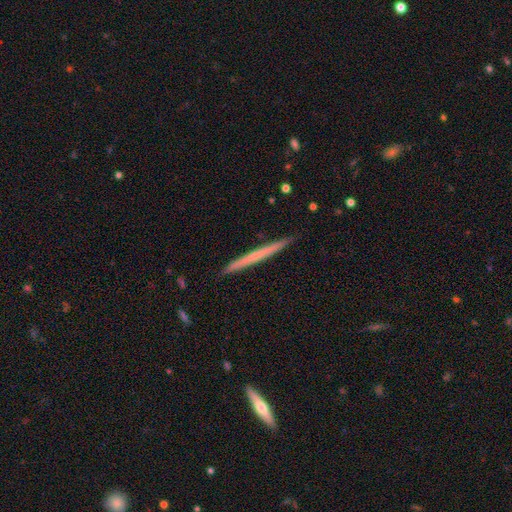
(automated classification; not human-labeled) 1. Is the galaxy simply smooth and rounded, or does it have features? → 48% featured or disk, 46% smooth, 6% star or artifact.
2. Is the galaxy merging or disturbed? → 92% none, 6% minor disturbance, 1% major disturbance, 1% merger.